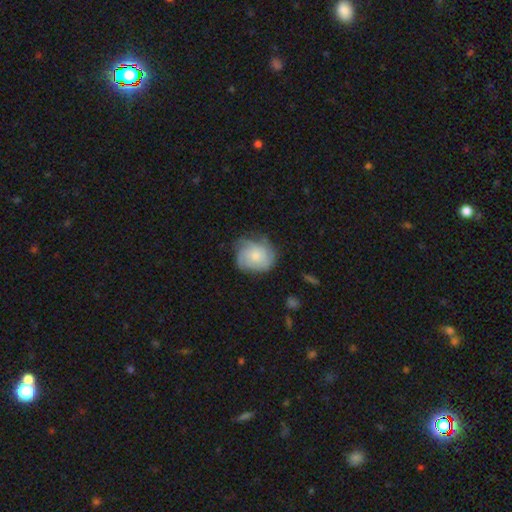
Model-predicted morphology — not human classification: Overall: featured or disk (48%; smooth 44%). Merging: none (64%; minor disturbance 25%).